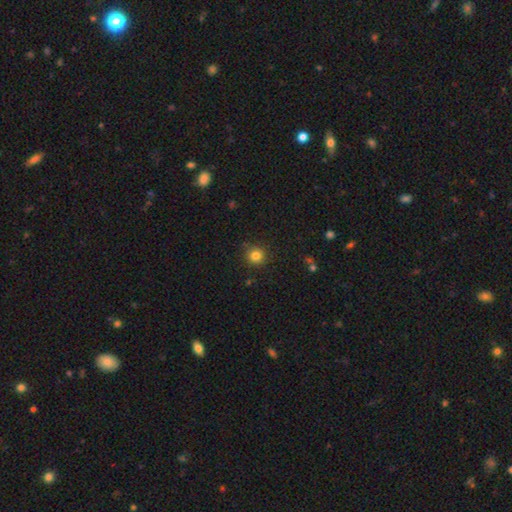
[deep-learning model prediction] The model was most divided on "smooth or featured": smooth: 82%, star or artifact: 13%, featured or disk: 5%. More confident: how rounded — round (92%); merging — none (86%).